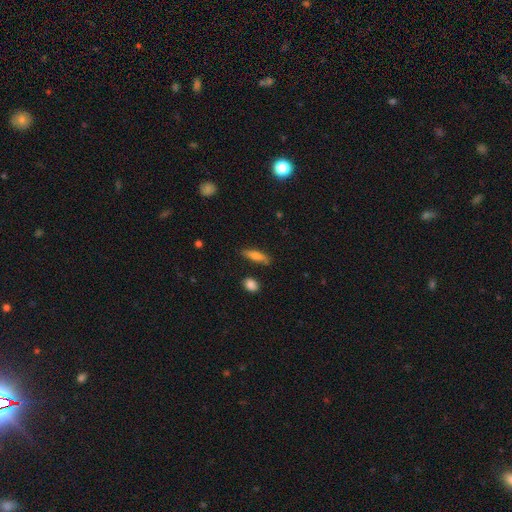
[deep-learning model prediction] smooth 70%, featured or disk 23%, star or artifact 7%. Down the decision tree: how rounded — cigar-shaped (66%); merging — none (74%).